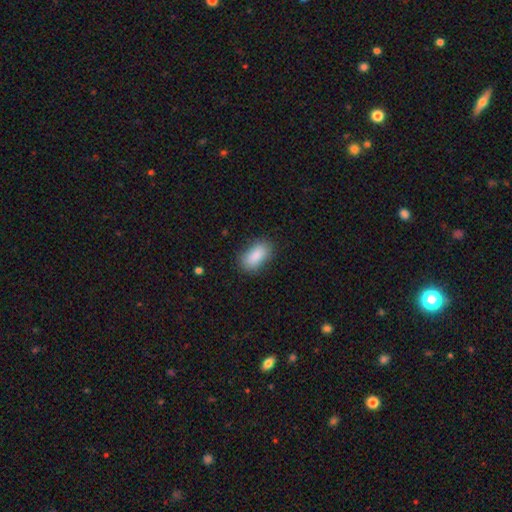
Smooth or featured: smooth — 95% (featured or disk — 3%)
How rounded: in between — 100%
Merging: none — 81% (minor disturbance — 16%)